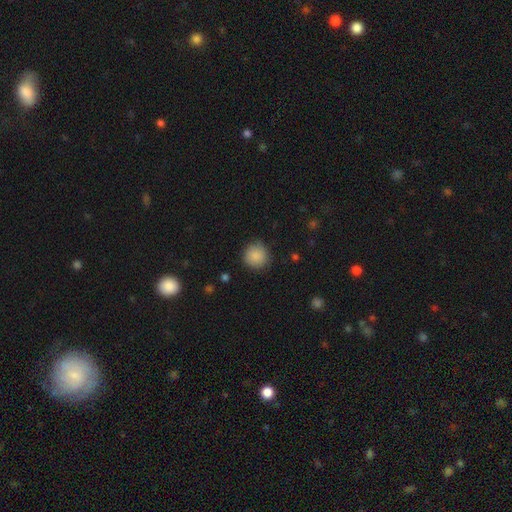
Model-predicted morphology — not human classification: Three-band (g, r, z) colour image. It shows a smooth galaxy with no disk features (88%) that is round (94%). Merging: none (87%).